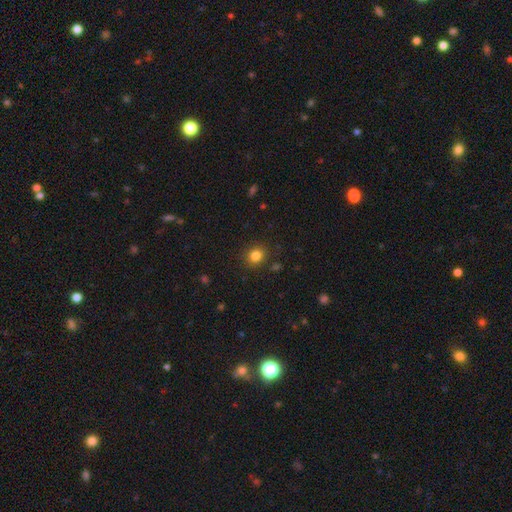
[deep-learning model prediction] This is clearly a smooth galaxy (82%). How rounded: likely round (78%). Merging: clearly none (88%).